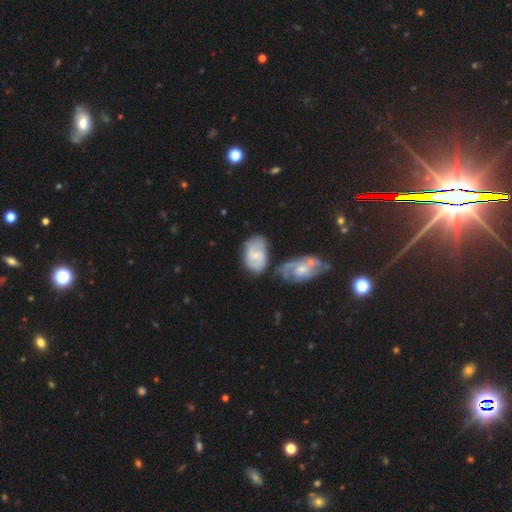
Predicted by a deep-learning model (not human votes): A featured or disk galaxy (59%) with a weak bar (48%), spiral arms (83%) and a small central bulge (60%). Merging: none (52%).